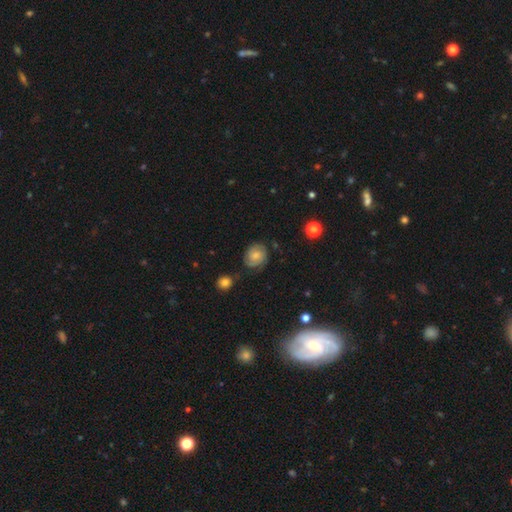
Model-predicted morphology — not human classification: smooth_or_featured: featured or disk (p=0.57) [alt: smooth p=0.34]
disk_edge_on: no (p=0.97) [alt: yes p=0.03]
bar: no (p=0.70) [alt: weak p=0.26]
has_spiral_arms: yes (p=0.91) [alt: no p=0.09]
spiral_winding: tight (p=0.57) [alt: medium p=0.33]
spiral_arm_count: 2 (p=0.69) [alt: can't tell p=0.17]
bulge_size: moderate (p=0.42) [tied with: small p=0.42]
merging: none (p=0.73) [alt: minor disturbance p=0.19]